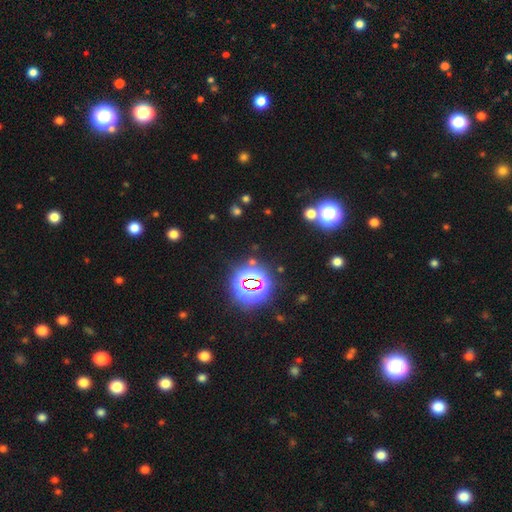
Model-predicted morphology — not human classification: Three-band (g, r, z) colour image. It shows a star or artifact, not a galaxy (79%).